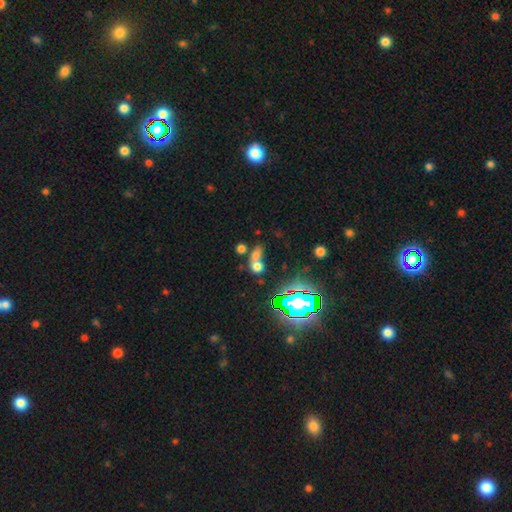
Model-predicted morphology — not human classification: Overall: smooth (60%; star or artifact 26%). How rounded: in between (48%; round 46%). Merging: merger (57%; none 29%).